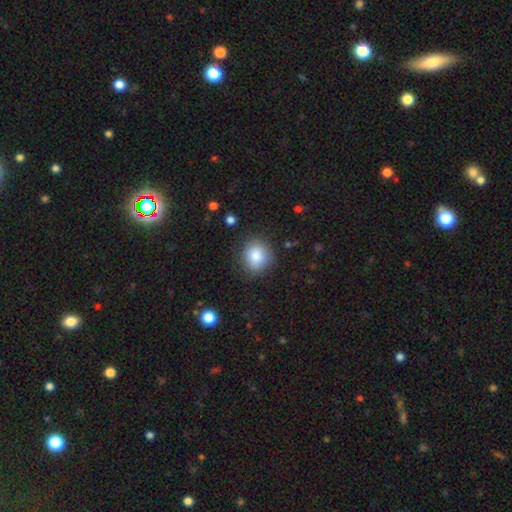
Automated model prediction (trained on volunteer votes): Q: Smooth or featured?
A: smooth (84%); runner-up: star or artifact (9%)
Q: How rounded?
A: round (78%); runner-up: in between (21%)
Q: Merging?
A: none (81%); runner-up: minor disturbance (13%)